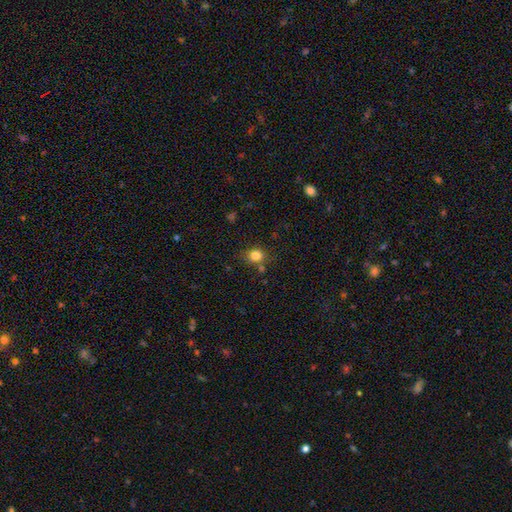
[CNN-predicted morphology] Smooth or featured: smooth — 82% (star or artifact — 12%)
How rounded: round — 77% (in between — 22%)
Merging: none — 75% (minor disturbance — 13%)